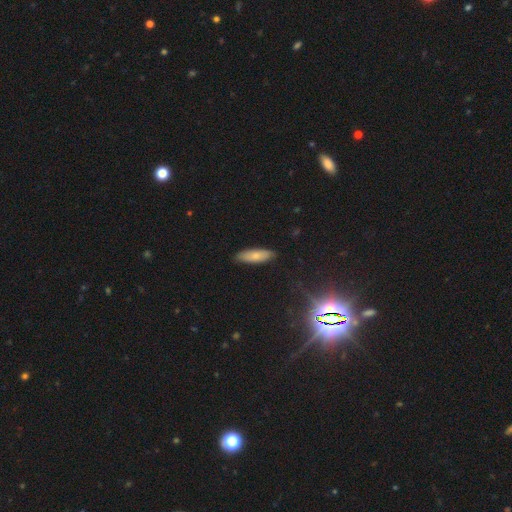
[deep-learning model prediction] A smooth galaxy with no disk features (75%) that is in between round and cigar-shaped (53%).

Vote fractions:
- Smooth or featured? smooth: 75% / featured or disk: 18% / star or artifact: 7%
- How rounded? in between: 53% / cigar-shaped: 45% / round: 2%
- Merging? none: 86% / minor disturbance: 11% / major disturbance: 2% / merger: 1%